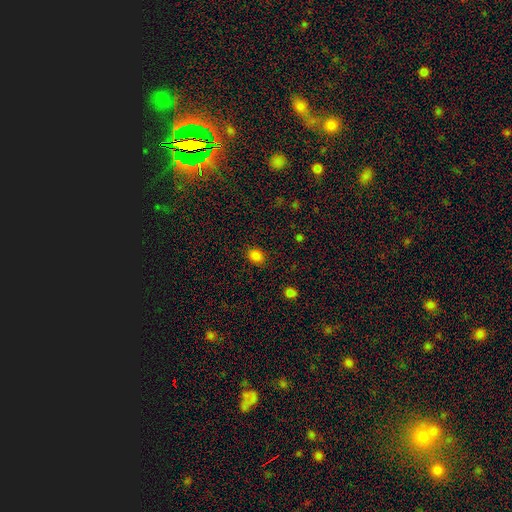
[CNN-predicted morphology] Smooth or featured? smooth (84%)
How rounded? in between (50%)
Merging? none (86%)